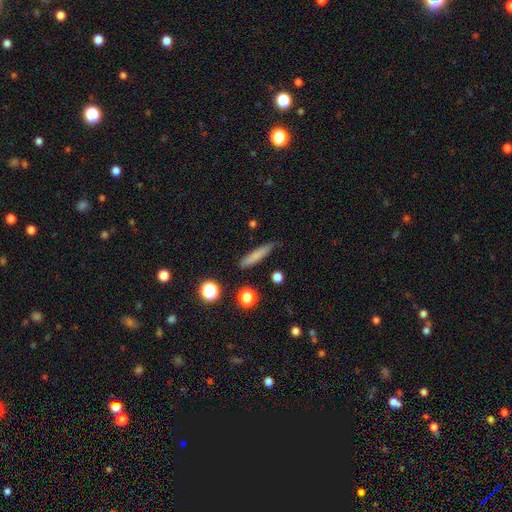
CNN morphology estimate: type=smooth (76%); roundness=cigar-shaped (85%); merging=none (81%).